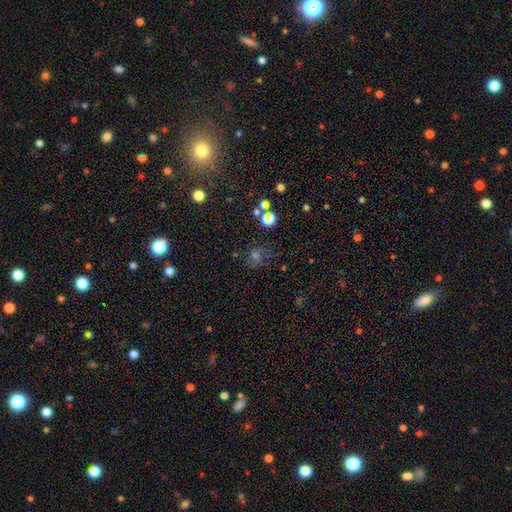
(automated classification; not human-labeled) smooth-or-featured: smooth: 44% | star or artifact: 42% | featured or disk: 14%
  merging: none: 64% | minor disturbance: 18% | major disturbance: 12% | merger: 5%